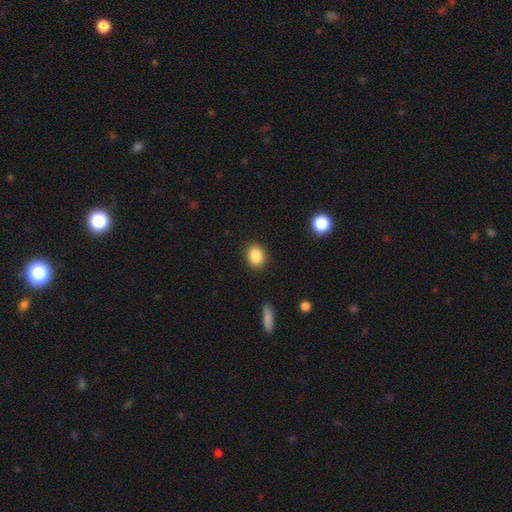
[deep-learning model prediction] Smooth or featured?
  - smooth: 86% *
  - star or artifact: 9%
  - featured or disk: 5%
How rounded?
  - round: 51% *
  - in between: 48%
  - cigar-shaped: 1%
Merging?
  - none: 89% *
  - minor disturbance: 8%
  - major disturbance: 2%
  - merger: 1%